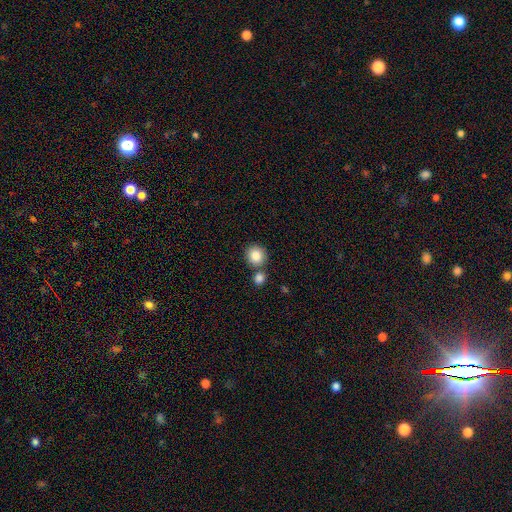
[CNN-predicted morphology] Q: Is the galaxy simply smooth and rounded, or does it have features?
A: smooth — 85%.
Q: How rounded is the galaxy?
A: round — 90%.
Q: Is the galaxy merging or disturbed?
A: none — 70%.